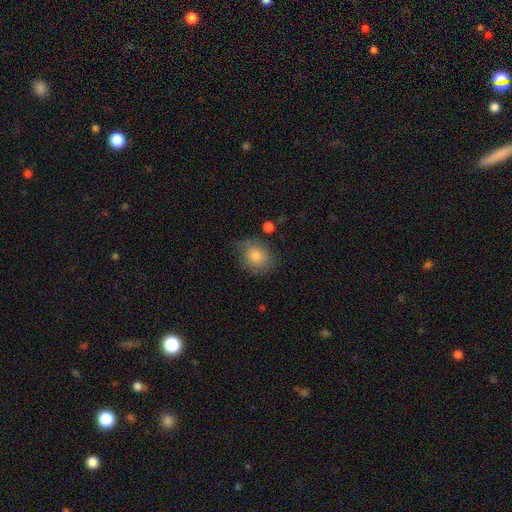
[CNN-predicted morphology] type=smooth (78%); roundness=round (66%); merging=none (68%).